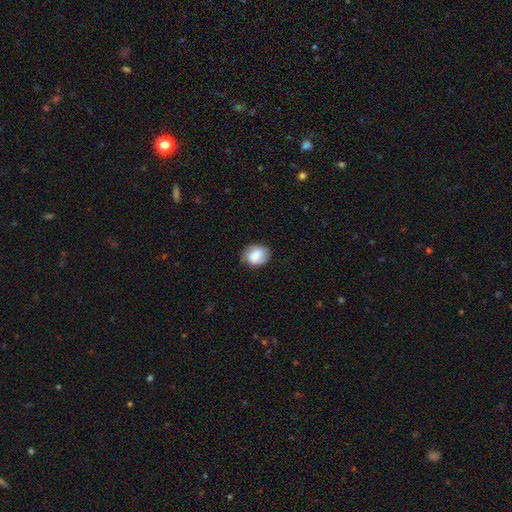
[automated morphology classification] Smooth or featured? Predicted: smooth (p=0.79). How rounded? Predicted: in between (p=0.54). Merging? Predicted: none (p=0.75).